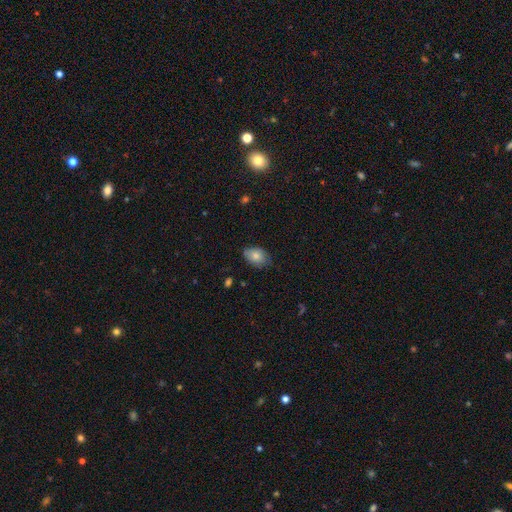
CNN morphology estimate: The model was most divided on "merging": none: 68%, minor disturbance: 26%, major disturbance: 4%, merger: 1%. More confident: how rounded — in between (81%); smooth or featured — smooth (80%).